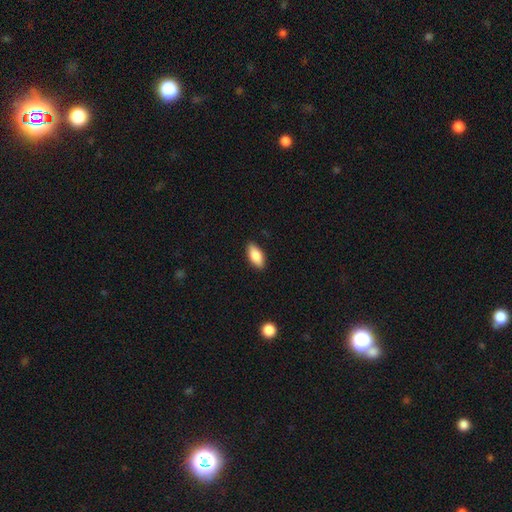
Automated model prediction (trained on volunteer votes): Smooth or featured? smooth (84%)
How rounded? in between (88%)
Merging? none (88%)